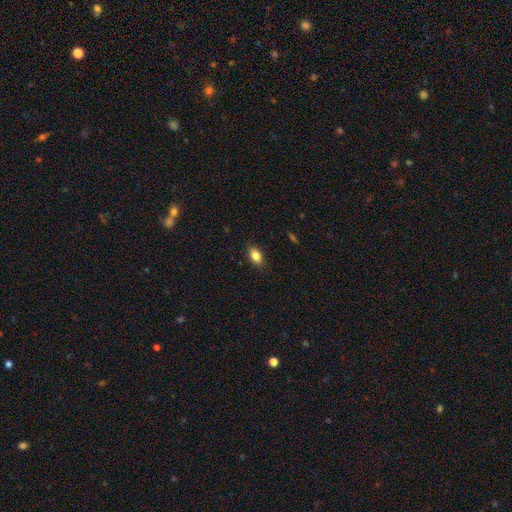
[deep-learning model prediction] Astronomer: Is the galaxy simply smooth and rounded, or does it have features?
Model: smooth — 85%.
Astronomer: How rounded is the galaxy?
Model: in between — 87%.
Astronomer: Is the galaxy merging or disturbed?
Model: none — 88%.